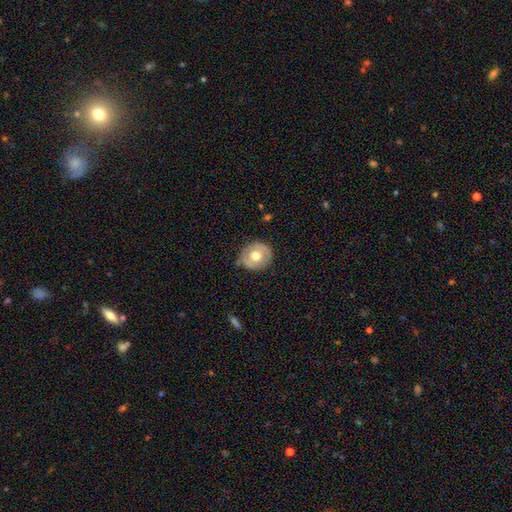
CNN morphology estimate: Q: Smooth or featured?
A: smooth (61%); runner-up: featured or disk (32%)
Q: How rounded?
A: round (80%); runner-up: in between (19%)
Q: Merging?
A: none (80%); runner-up: minor disturbance (15%)